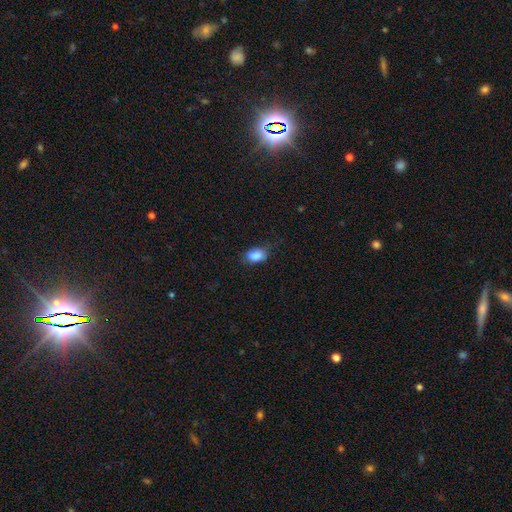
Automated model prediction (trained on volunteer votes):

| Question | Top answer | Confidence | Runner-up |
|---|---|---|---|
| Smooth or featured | smooth | 86% | star or artifact (8%) |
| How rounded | in between | 84% | round (14%) |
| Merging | none | 66% | minor disturbance (25%) |